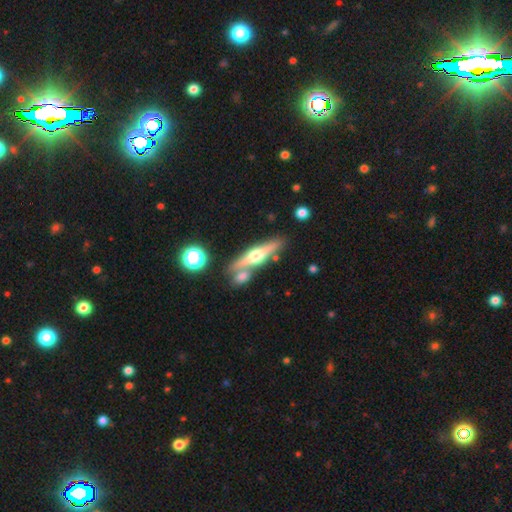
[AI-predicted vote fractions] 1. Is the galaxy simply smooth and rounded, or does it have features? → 64% featured or disk, 30% smooth, 7% star or artifact.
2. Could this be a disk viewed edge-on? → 95% yes, 5% no.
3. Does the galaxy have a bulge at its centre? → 95% rounded, 3% boxy, 2% none.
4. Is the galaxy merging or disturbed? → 70% none, 18% merger, 10% minor disturbance, 3% major disturbance.